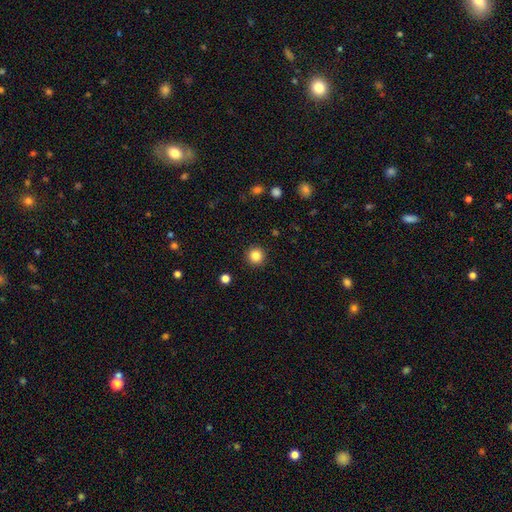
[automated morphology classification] Overall: smooth (85%). How rounded: round (95%). Merging: none (93%).